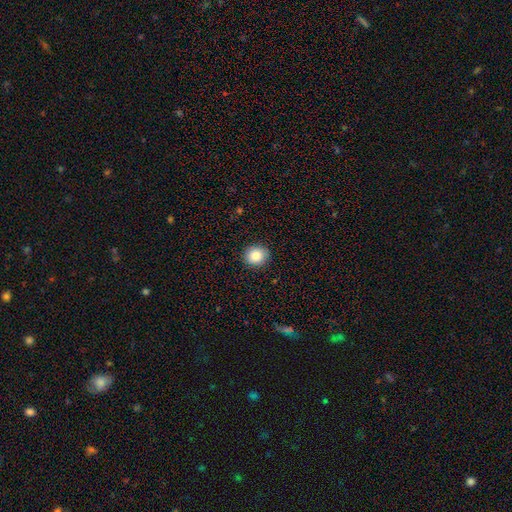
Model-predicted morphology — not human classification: smooth_or_featured: smooth (p=0.85) [alt: star or artifact p=0.09]
how_rounded: round (p=0.80) [alt: in between p=0.19]
merging: none (p=0.90) [alt: minor disturbance p=0.07]